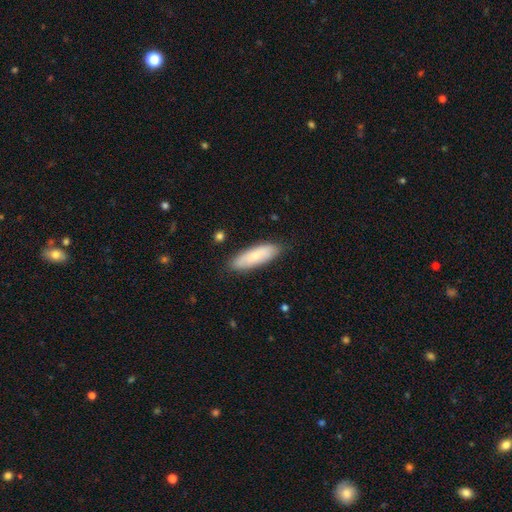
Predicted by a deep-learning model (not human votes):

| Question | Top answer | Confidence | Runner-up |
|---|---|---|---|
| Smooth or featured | smooth | 76% | featured or disk (19%) |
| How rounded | in between | 52% | cigar-shaped (47%) |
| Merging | none | 84% | minor disturbance (13%) |